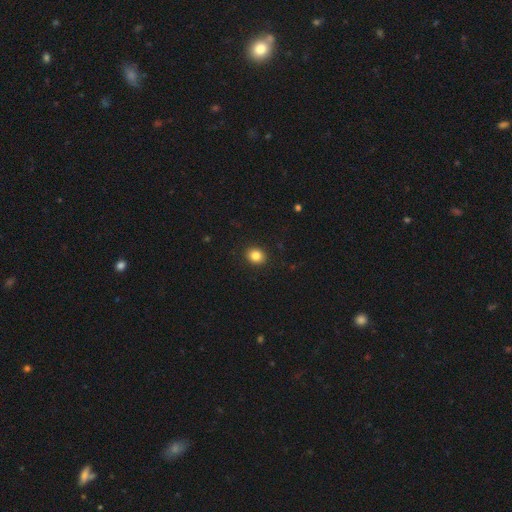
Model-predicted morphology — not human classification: Smooth or featured: smooth — 83% (star or artifact — 10%)
How rounded: round — 64% (in between — 35%)
Merging: none — 91% (minor disturbance — 6%)